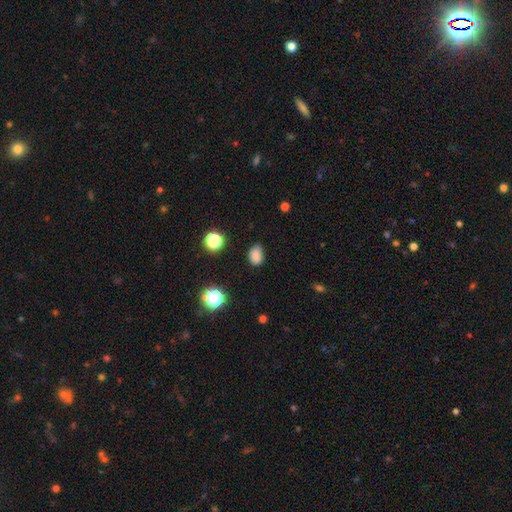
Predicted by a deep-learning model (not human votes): smooth 82%, star or artifact 13%, featured or disk 5%. Down the decision tree: how rounded — in between (74%); merging — none (74%).